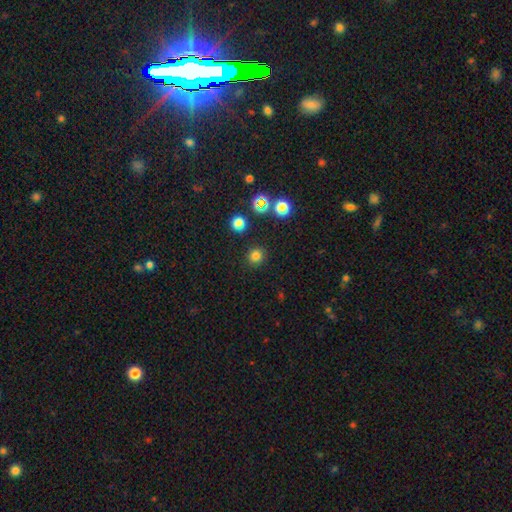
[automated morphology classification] smooth 78%, star or artifact 18%, featured or disk 5%. Down the decision tree: how rounded — round (91%); merging — none (90%).